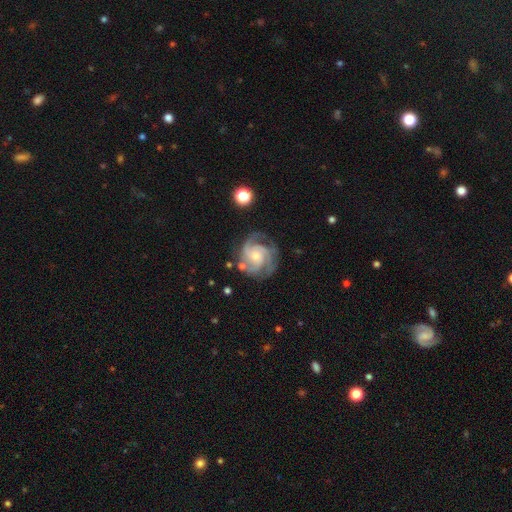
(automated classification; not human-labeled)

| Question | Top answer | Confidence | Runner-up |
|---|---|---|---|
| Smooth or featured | featured or disk | 88% | smooth (6%) |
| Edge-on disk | no | 98% | yes (2%) |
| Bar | no | 71% | weak (25%) |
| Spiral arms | yes | 98% | no (2%) |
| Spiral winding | tight | 53% | medium (40%) |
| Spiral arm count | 3 | 53% | 4 (16%) |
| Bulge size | small | 55% | moderate (40%) |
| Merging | none | 72% | minor disturbance (17%) |